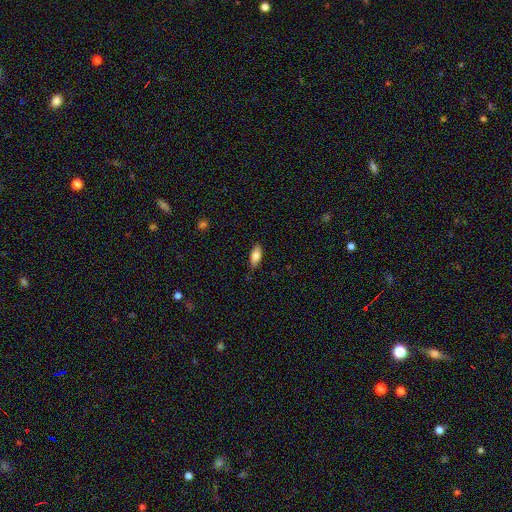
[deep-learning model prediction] A smooth galaxy with no disk features (80%) that is in between round and cigar-shaped (84%). Merging: none (81%).